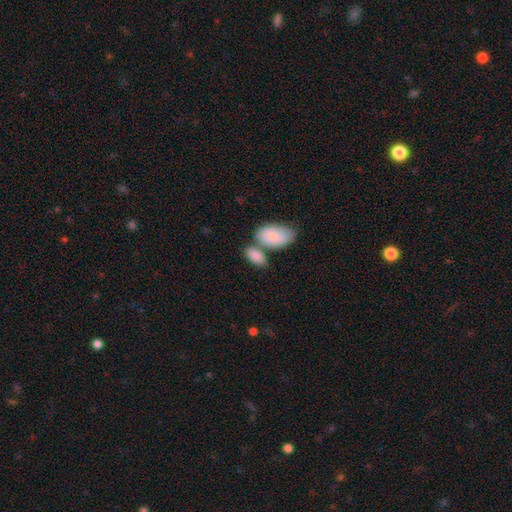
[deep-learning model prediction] smooth 85%, featured or disk 9%, star or artifact 6%. Down the decision tree: how rounded — in between (93%); merging — none (47%).